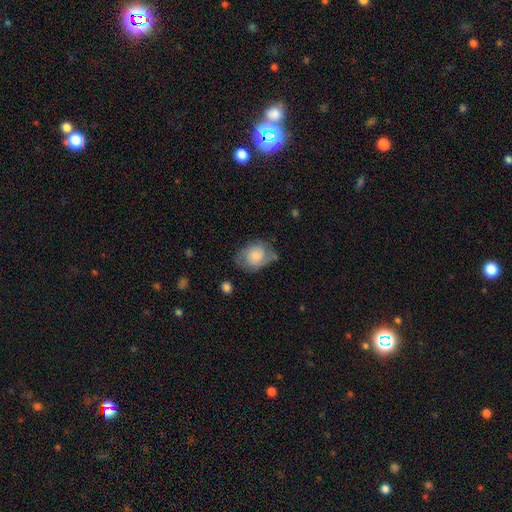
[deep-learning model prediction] Morphology: type=smooth (68%); roundness=in between (59%); merging=none (51%).